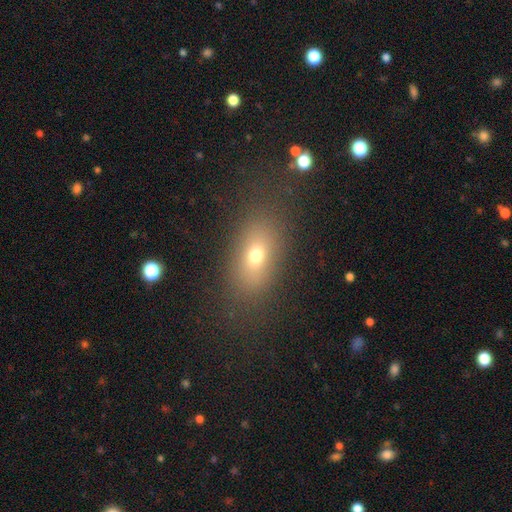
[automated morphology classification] Smooth or featured?
  - smooth: 69% *
  - featured or disk: 17%
  - star or artifact: 15%
How rounded?
  - in between: 79% *
  - round: 16%
  - cigar-shaped: 5%
Merging?
  - none: 79% *
  - minor disturbance: 11%
  - major disturbance: 8%
  - merger: 2%